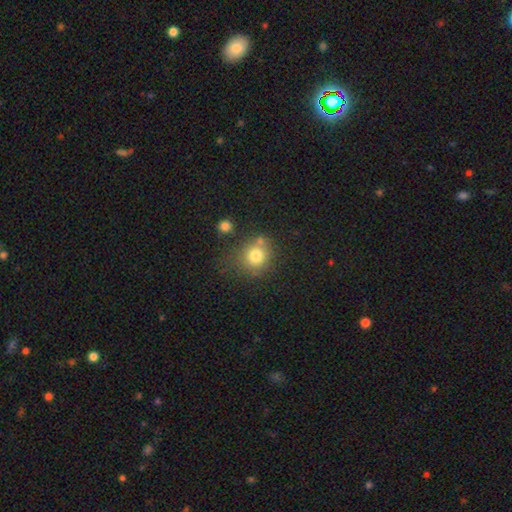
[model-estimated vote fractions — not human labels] This is likely a smooth galaxy (78%). How rounded: clearly round (84%). Merging: likely none (64%).